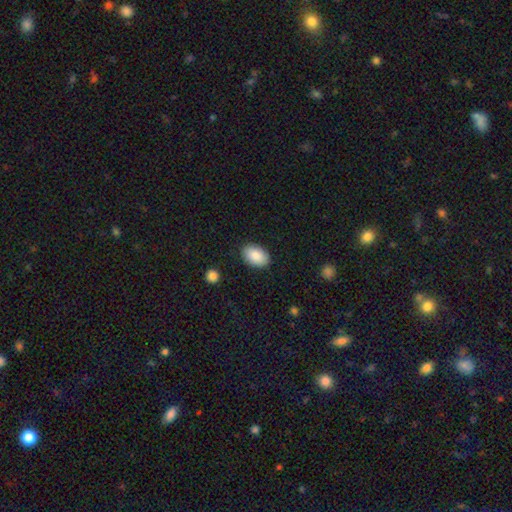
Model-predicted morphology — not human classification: smooth 89%, star or artifact 6%, featured or disk 5%. Down the decision tree: how rounded — in between (91%); merging — none (87%).